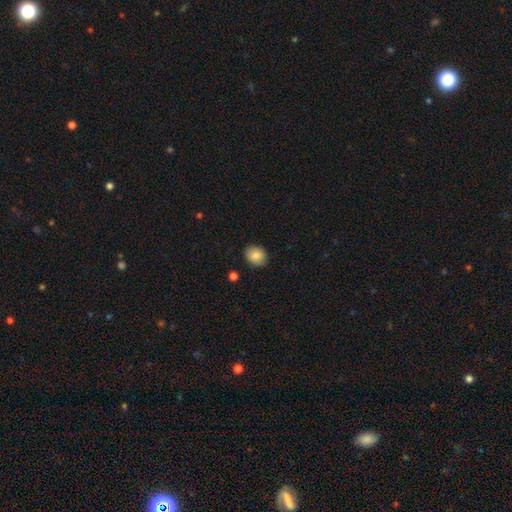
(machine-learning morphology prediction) Smooth or featured? smooth (86%)
How rounded? round (62%)
Merging? none (86%)